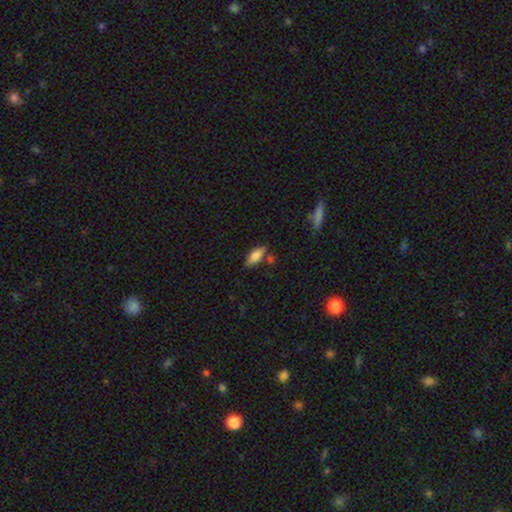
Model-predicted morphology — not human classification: smooth-or-featured: smooth: 73% | featured or disk: 19% | star or artifact: 7%
  how-rounded: in between: 72% | cigar-shaped: 25% | round: 2%
  merging: none: 74% | minor disturbance: 15% | merger: 7% | major disturbance: 4%